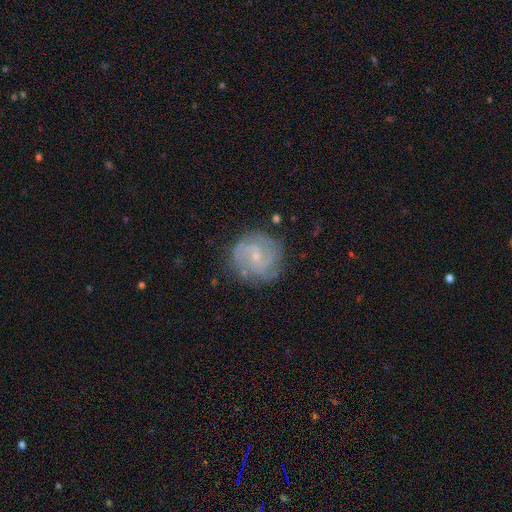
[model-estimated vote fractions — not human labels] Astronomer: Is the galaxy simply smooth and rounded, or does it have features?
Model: featured or disk — 80%.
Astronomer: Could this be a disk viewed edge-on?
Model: no — 98%.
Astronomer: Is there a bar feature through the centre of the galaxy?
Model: no — 54% (runner-up: weak, 39%).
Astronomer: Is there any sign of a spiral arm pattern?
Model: yes — 95%.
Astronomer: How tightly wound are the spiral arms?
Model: tight — 50% (runner-up: medium, 39%).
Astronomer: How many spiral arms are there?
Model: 2 — 37% (runner-up: can't tell, 22%).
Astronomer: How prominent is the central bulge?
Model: small — 77%.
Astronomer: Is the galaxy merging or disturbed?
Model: none — 80%.